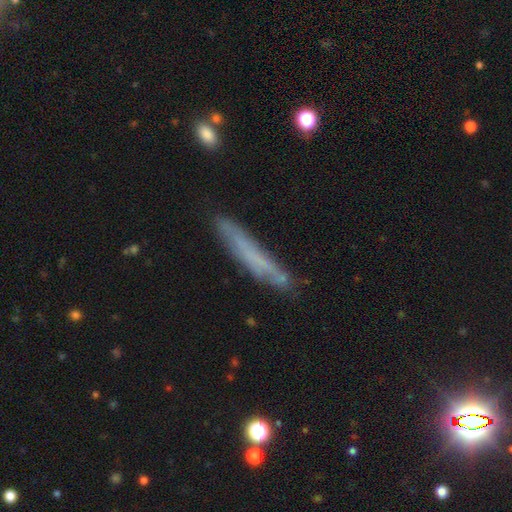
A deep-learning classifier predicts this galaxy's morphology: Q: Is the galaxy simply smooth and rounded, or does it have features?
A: smooth — 52%.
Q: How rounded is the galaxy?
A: cigar-shaped — 94%.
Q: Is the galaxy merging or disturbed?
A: none — 75%.